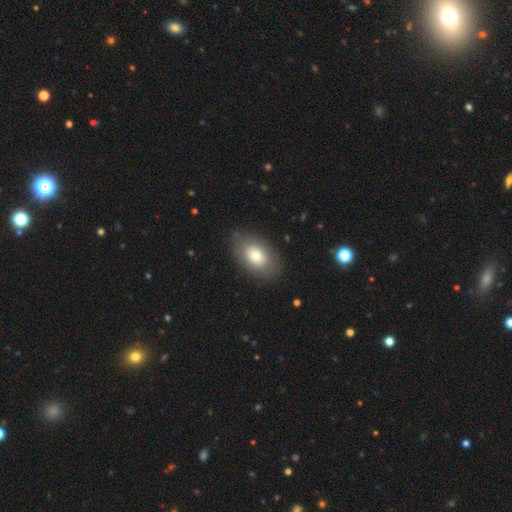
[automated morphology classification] A smooth galaxy with no disk features (73%) that is in between round and cigar-shaped (86%). Merging: none (81%).